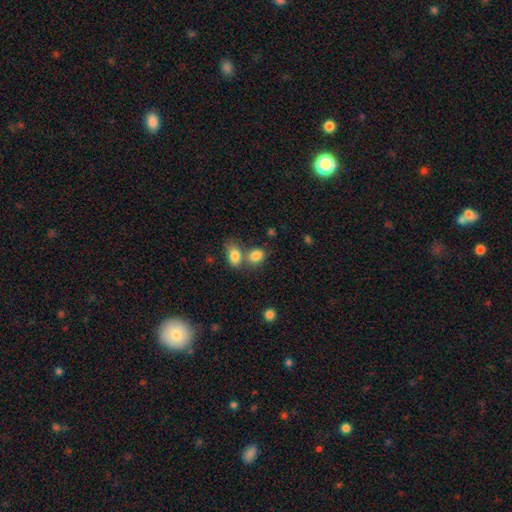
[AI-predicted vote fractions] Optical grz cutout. It shows a smooth galaxy with no disk features (84%) that is in between round and cigar-shaped (67%). Merging: none (44%).